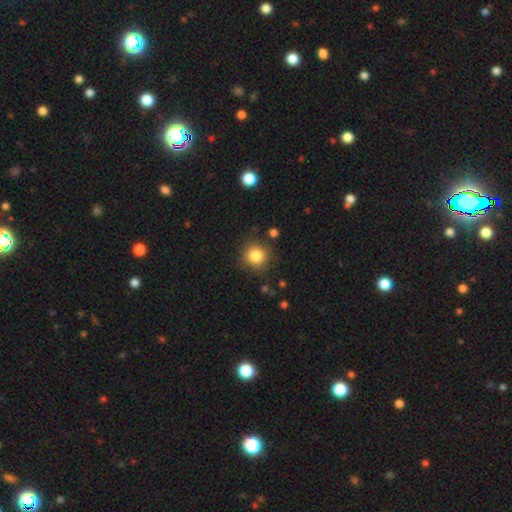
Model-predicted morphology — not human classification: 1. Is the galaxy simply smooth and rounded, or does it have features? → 83% smooth, 11% star or artifact, 6% featured or disk.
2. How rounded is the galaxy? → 91% round, 8% in between, 1% cigar-shaped.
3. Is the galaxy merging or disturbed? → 85% none, 10% minor disturbance, 3% major disturbance, 2% merger.